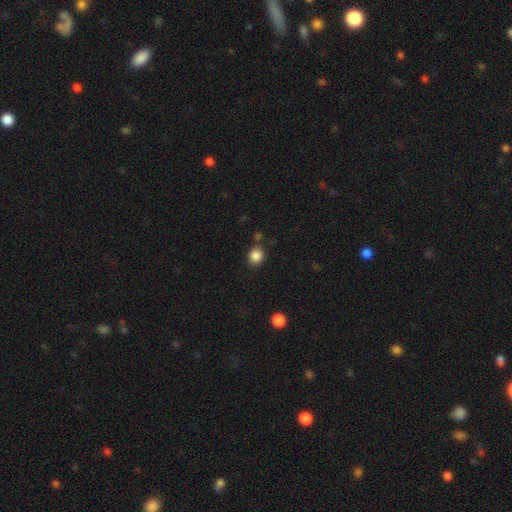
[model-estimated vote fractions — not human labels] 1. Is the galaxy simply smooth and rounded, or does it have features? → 86% smooth, 10% star or artifact, 3% featured or disk.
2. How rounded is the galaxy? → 81% round, 18% in between, 1% cigar-shaped.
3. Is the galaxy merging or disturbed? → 82% none, 10% minor disturbance, 5% merger, 3% major disturbance.